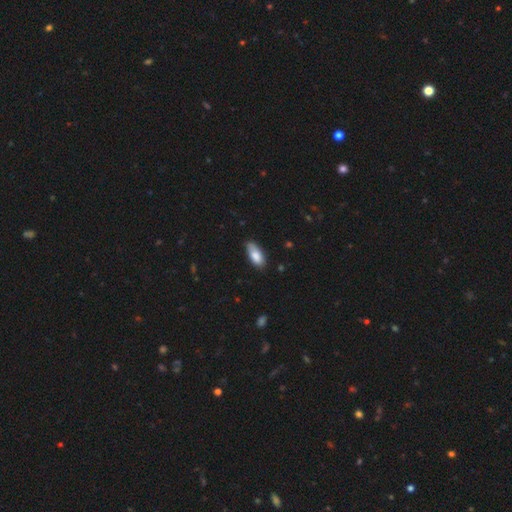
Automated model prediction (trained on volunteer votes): smooth-or-featured: smooth: 84% | featured or disk: 10% | star or artifact: 6%
  how-rounded: in between: 86% | cigar-shaped: 11% | round: 2%
  merging: none: 68% | minor disturbance: 26% | major disturbance: 4% | merger: 2%